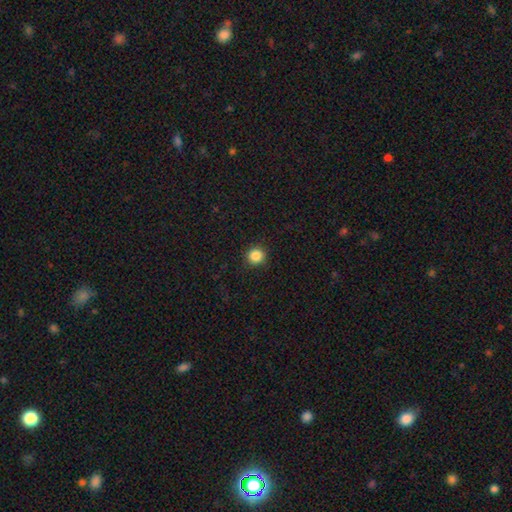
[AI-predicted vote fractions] smooth 86%, star or artifact 11%, featured or disk 4%. Down the decision tree: how rounded — round (93%); merging — none (91%).